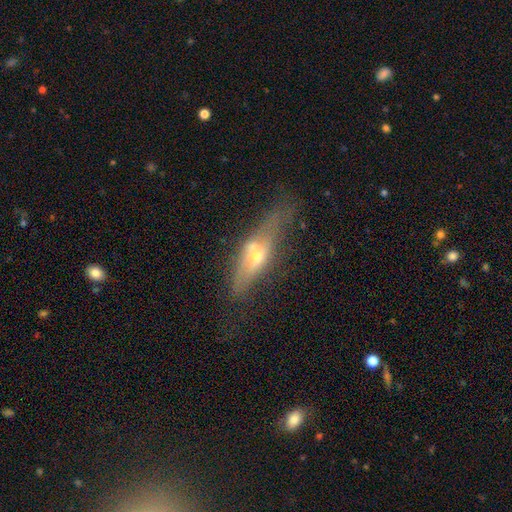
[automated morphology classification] Smooth or featured?
  - featured or disk: 56% *
  - smooth: 35%
  - star or artifact: 9%
Edge-on disk?
  - yes: 69% *
  - no: 31%
Merging?
  - none: 47% *
  - minor disturbance: 26%
  - major disturbance: 17%
  - merger: 10%